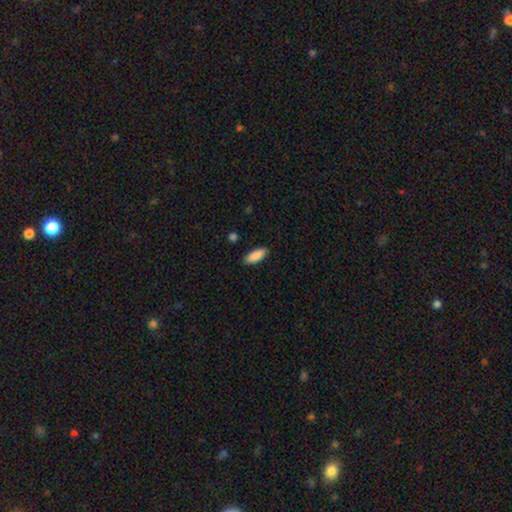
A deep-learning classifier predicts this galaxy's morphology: The model was most divided on "how rounded": in between: 76%, cigar-shaped: 23%, round: 2%. More confident: smooth or featured — smooth (89%); merging — none (87%).